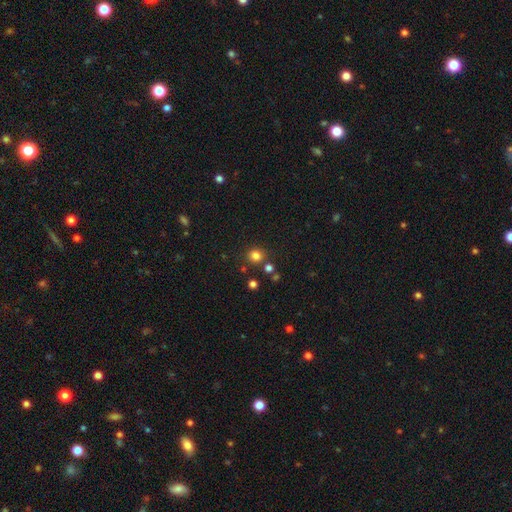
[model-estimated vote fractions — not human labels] Smooth or featured? smooth (79%)
How rounded? round (85%)
Merging? none (79%)